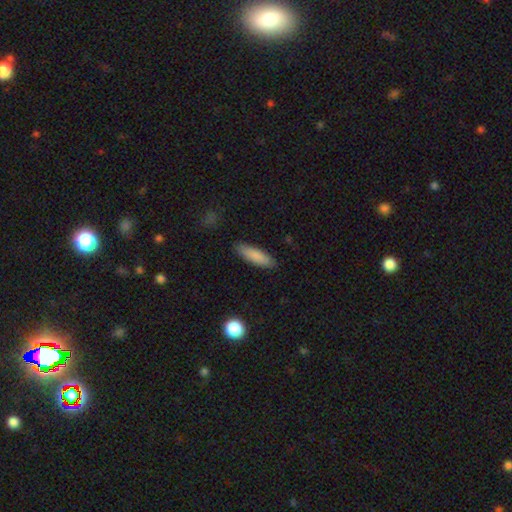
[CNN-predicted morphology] Smooth or featured? Predicted: smooth (p=0.85). How rounded? Predicted: cigar-shaped (p=0.57). Merging? Predicted: none (p=0.87).